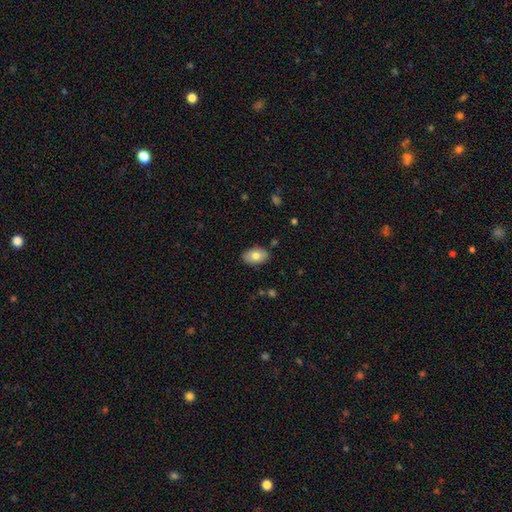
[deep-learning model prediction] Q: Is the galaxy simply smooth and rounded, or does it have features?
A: smooth — 79%.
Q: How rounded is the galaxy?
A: in between — 90%.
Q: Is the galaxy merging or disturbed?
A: none — 85%.